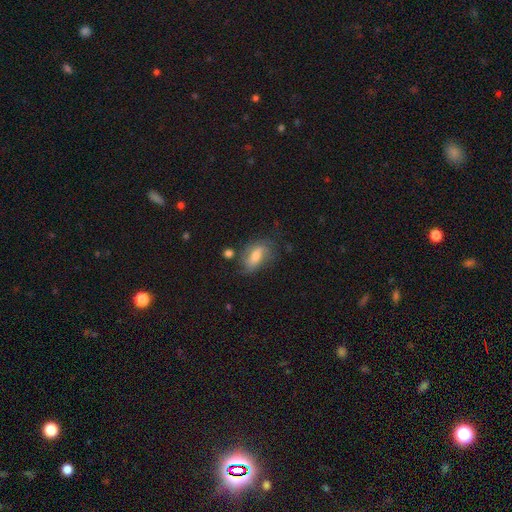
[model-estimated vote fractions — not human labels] A smooth galaxy with no disk features (57%) that is in between round and cigar-shaped (84%). Merging: none (58%).